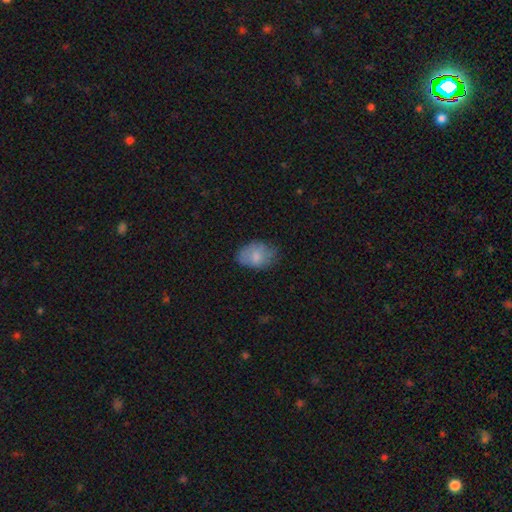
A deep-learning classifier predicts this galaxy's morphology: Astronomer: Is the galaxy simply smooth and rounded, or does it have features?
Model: smooth — 76%.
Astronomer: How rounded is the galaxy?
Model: in between — 84%.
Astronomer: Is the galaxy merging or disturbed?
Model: none — 63%.